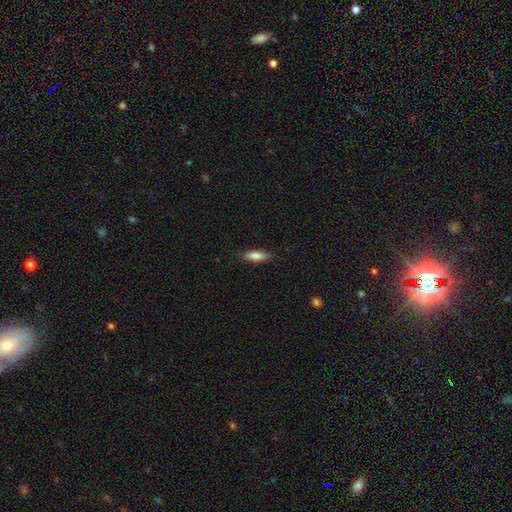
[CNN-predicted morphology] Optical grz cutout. It shows a smooth galaxy with no disk features (83%) that is in between round and cigar-shaped (59%). Merging: none (85%).